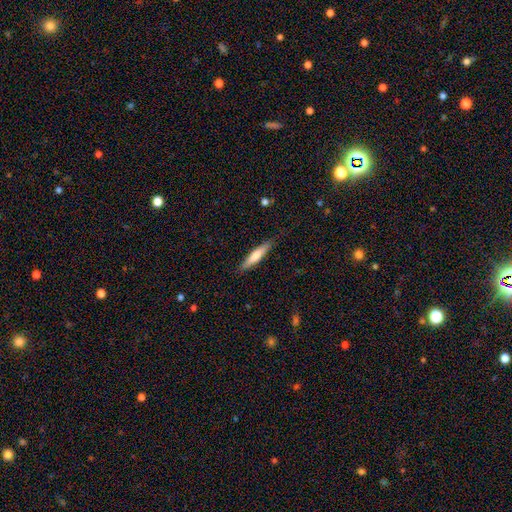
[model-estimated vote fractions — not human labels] This is likely a smooth galaxy (67%). How rounded: clearly cigar-shaped (86%). Merging: clearly none (84%).